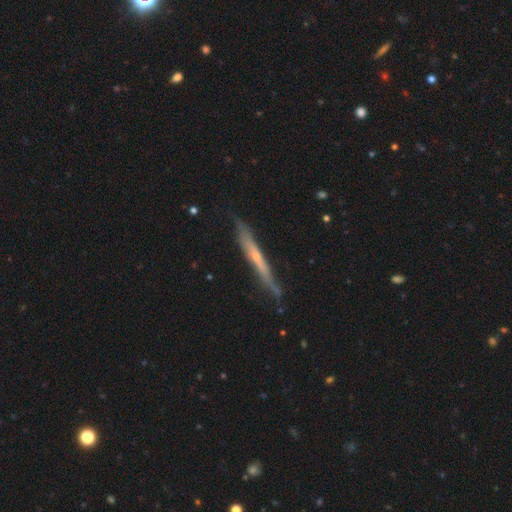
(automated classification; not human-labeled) This appears to be a featured or disk galaxy (64%) viewed edge-on (93%) with a rounded central bulge (53%). Merging: none (83%).